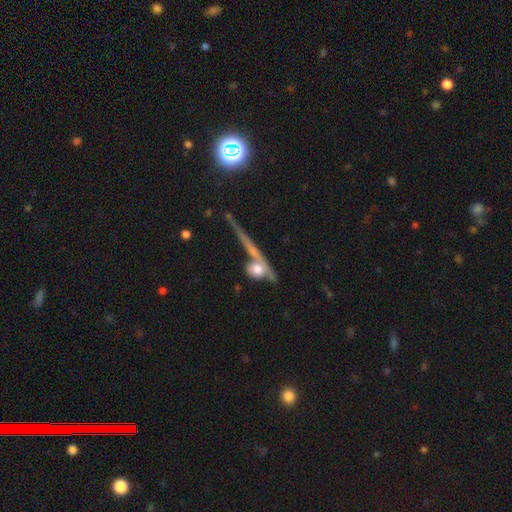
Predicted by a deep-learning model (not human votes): smooth_or_featured: featured or disk (p=0.50) [alt: smooth p=0.30]
merging: none (p=0.43) [alt: merger p=0.31]